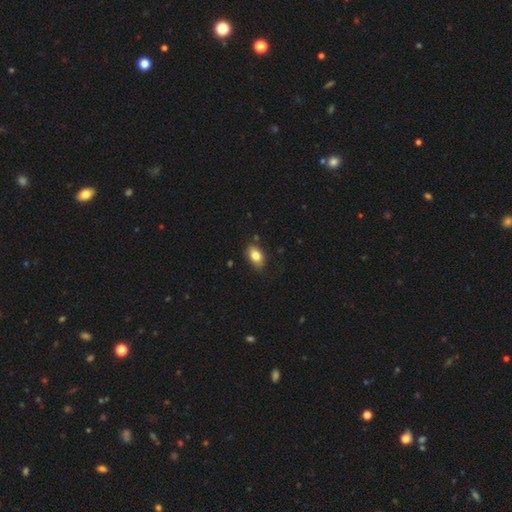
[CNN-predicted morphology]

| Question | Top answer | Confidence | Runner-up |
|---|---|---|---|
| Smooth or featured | smooth | 82% | featured or disk (10%) |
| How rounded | in between | 87% | round (10%) |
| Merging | none | 82% | minor disturbance (14%) |